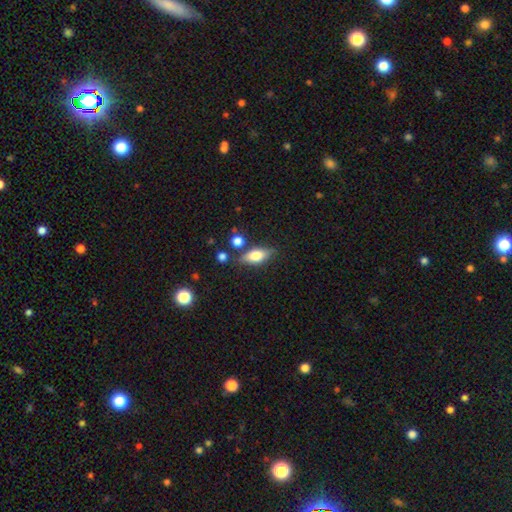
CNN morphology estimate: Smooth or featured?
  - smooth: 65% *
  - featured or disk: 27%
  - star or artifact: 8%
How rounded?
  - in between: 77% *
  - cigar-shaped: 18%
  - round: 5%
Merging?
  - none: 73% *
  - minor disturbance: 15%
  - merger: 8%
  - major disturbance: 4%